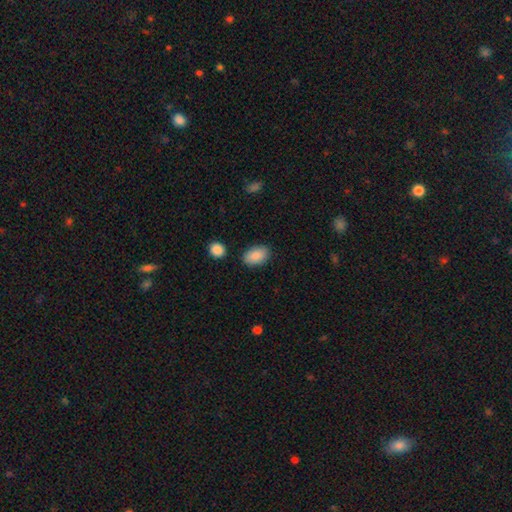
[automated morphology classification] smooth-or-featured: smooth: 89% | star or artifact: 6% | featured or disk: 5%
  how-rounded: in between: 91% | round: 7% | cigar-shaped: 1%
  merging: none: 83% | minor disturbance: 11% | merger: 3% | major disturbance: 3%